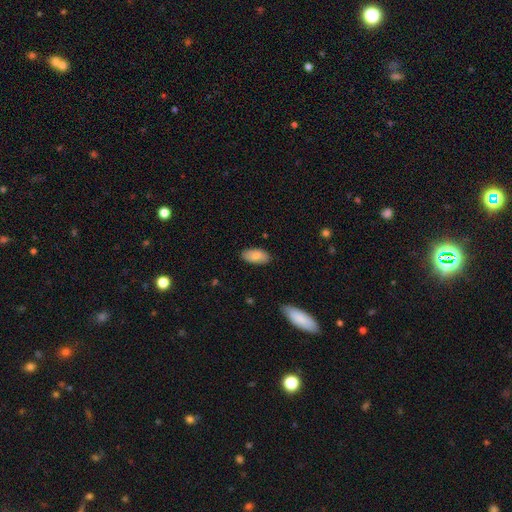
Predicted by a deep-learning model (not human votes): Overall: smooth (78%). How rounded: in between (94%). Merging: none (85%).